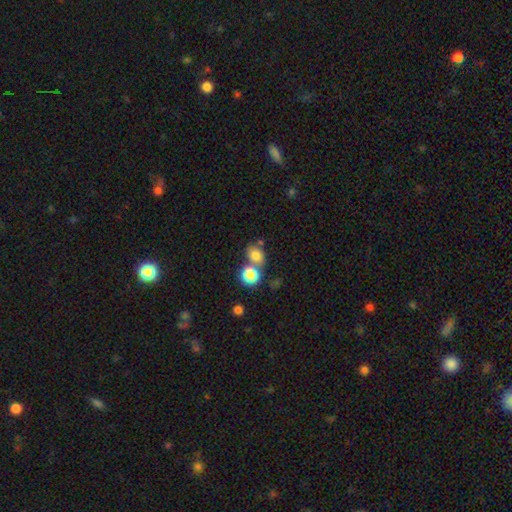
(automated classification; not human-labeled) smooth_or_featured: smooth (p=0.76) [alt: star or artifact p=0.14]
how_rounded: round (p=0.56) [alt: in between p=0.43]
merging: none (p=0.54) [alt: merger p=0.32]